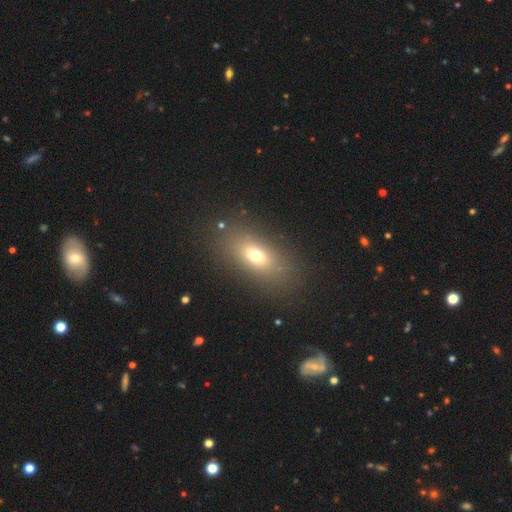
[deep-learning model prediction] smooth 68%, featured or disk 18%, star or artifact 14%. Down the decision tree: how rounded — in between (79%); merging — none (84%).